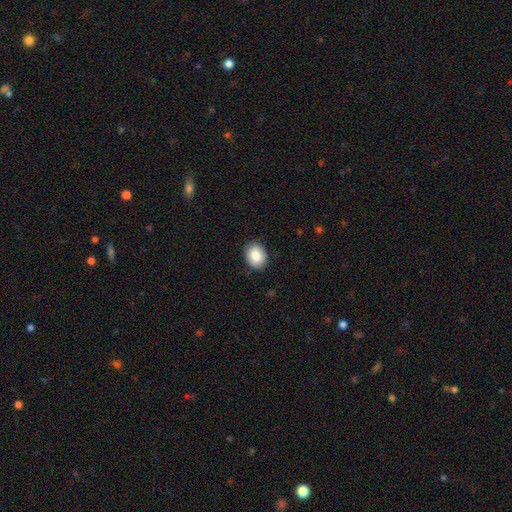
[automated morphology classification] Smooth or featured: smooth — 87% (star or artifact — 7%)
How rounded: in between — 55% (round — 44%)
Merging: none — 87% (minor disturbance — 10%)